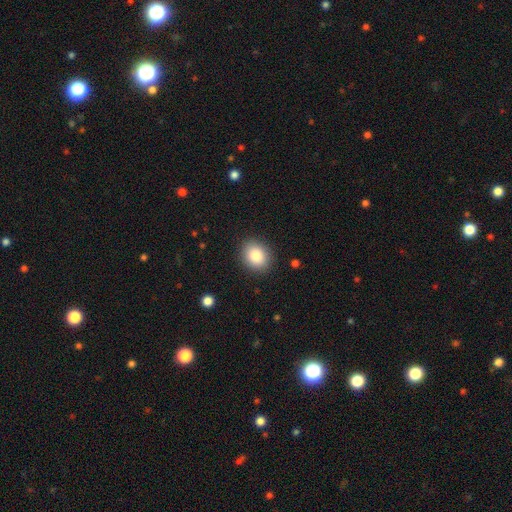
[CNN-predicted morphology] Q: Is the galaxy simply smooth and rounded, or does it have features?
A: smooth — 86%.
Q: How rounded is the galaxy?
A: round — 55%.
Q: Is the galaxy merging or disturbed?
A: none — 89%.